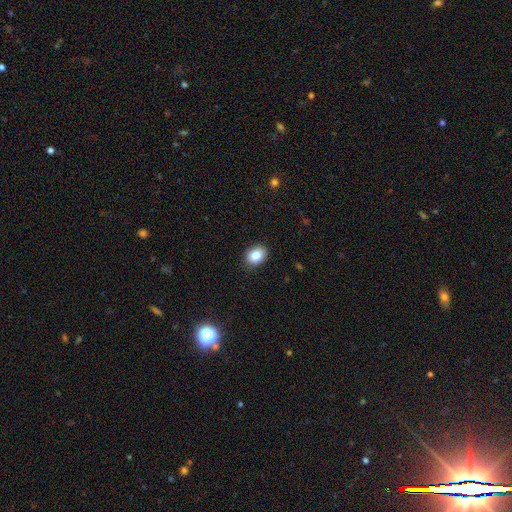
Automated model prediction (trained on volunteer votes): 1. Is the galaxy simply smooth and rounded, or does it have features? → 85% smooth, 9% star or artifact, 6% featured or disk.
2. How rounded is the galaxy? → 65% in between, 34% round, 1% cigar-shaped.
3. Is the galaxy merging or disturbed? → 88% none, 9% minor disturbance, 2% major disturbance, 1% merger.